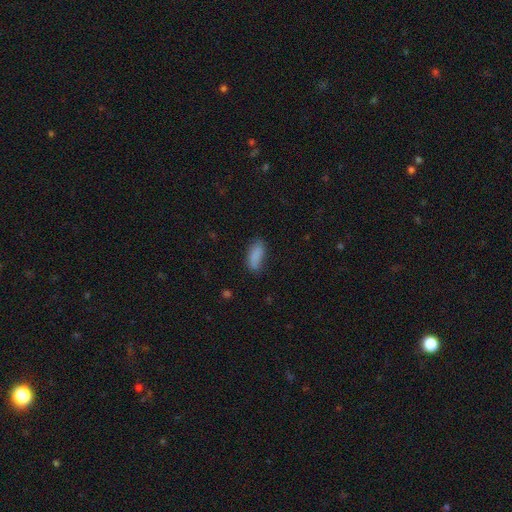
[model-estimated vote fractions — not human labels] The model was most divided on "merging": none: 73%, minor disturbance: 21%, major disturbance: 4%, merger: 2%. More confident: smooth or featured — smooth (86%); how rounded — in between (79%).